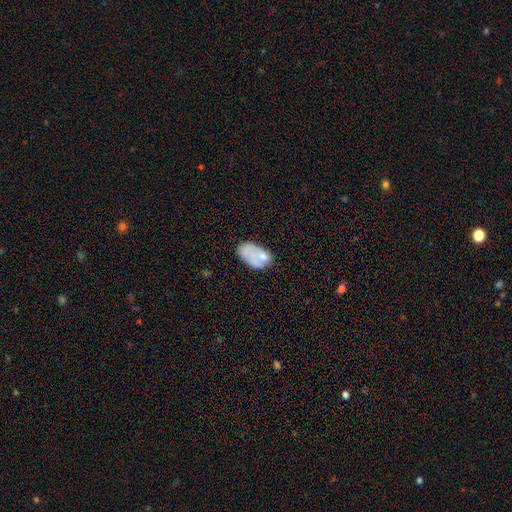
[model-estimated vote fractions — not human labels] This appears to be a smooth galaxy with no disk features (68%) that is in between round and cigar-shaped (92%). Merging: none (38%).